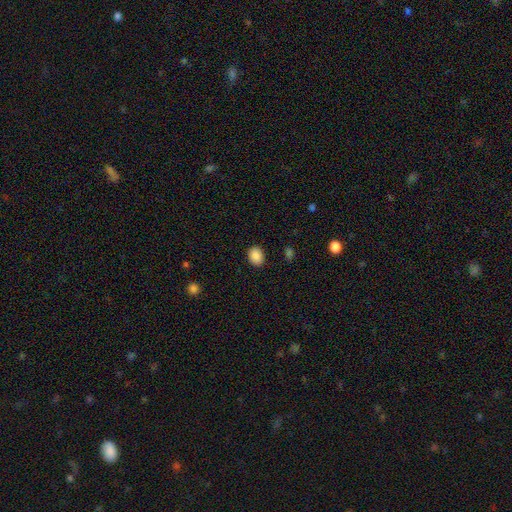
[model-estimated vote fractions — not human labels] The model was most divided on "how rounded": in between: 61%, round: 38%, cigar-shaped: 1%. More confident: smooth or featured — smooth (89%); merging — none (88%).